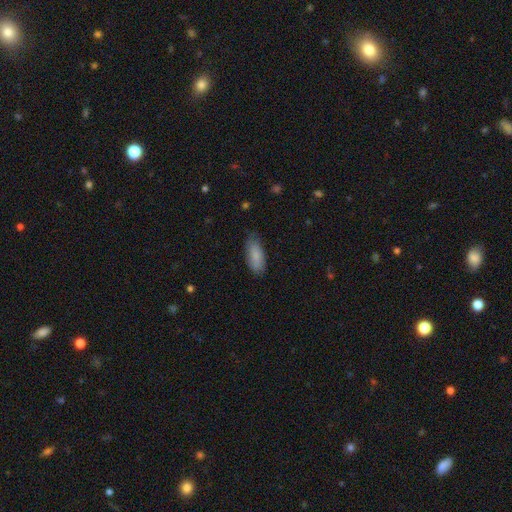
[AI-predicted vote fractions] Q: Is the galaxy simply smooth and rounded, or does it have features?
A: smooth — 84%.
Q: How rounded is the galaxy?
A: in between — 80%.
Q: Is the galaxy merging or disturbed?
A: none — 75%.